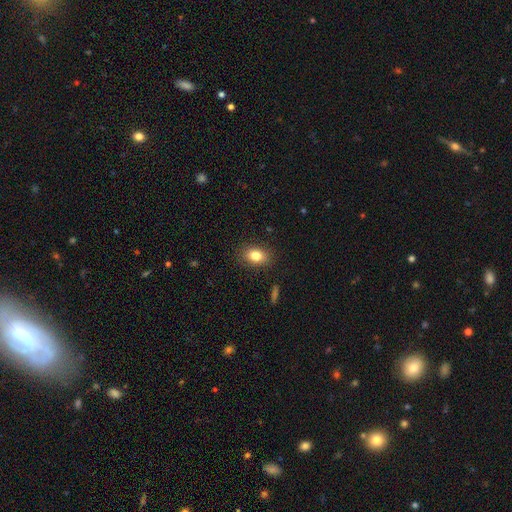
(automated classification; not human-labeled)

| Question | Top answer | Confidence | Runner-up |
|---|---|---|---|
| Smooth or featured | smooth | 81% | star or artifact (10%) |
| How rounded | in between | 73% | round (26%) |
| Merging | none | 87% | minor disturbance (9%) |